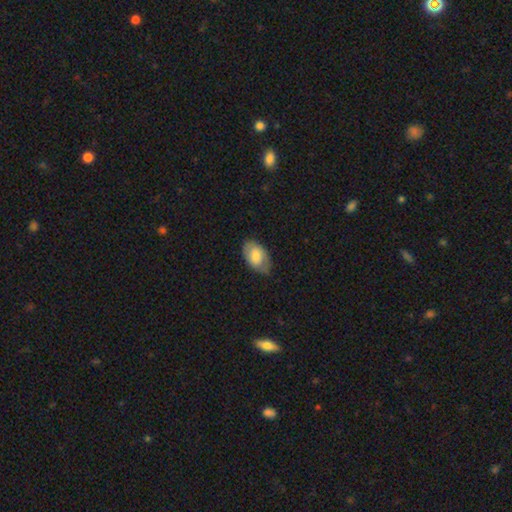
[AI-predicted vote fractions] Morphology: type=smooth (74%); roundness=in between (93%); merging=none (73%).